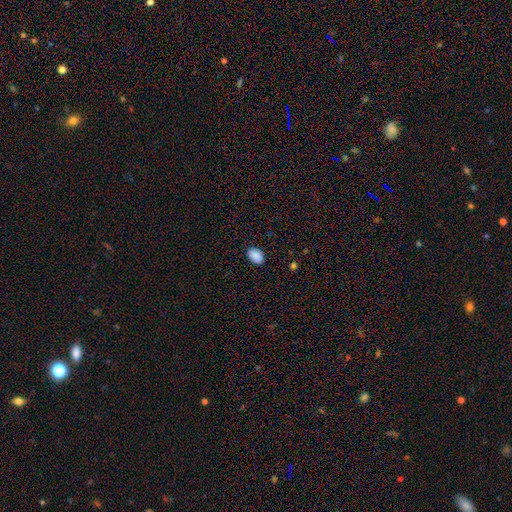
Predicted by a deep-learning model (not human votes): The model was most divided on "how rounded": in between: 83%, round: 16%, cigar-shaped: 1%. More confident: smooth or featured — smooth (89%); merging — none (86%).